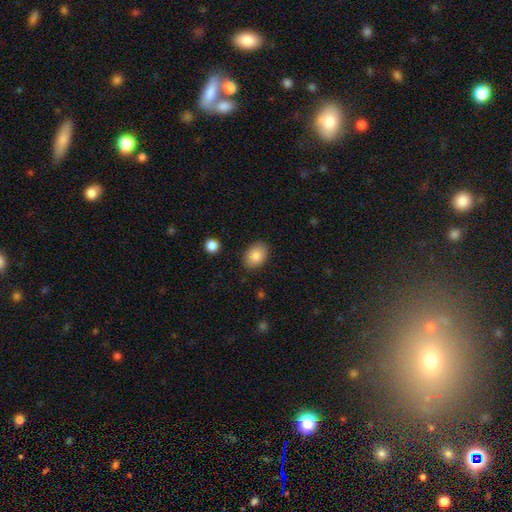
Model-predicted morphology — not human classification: smooth_or_featured: smooth (p=0.84) [alt: featured or disk p=0.08]
how_rounded: in between (p=0.73) [alt: round p=0.26]
merging: none (p=0.86) [alt: minor disturbance p=0.10]